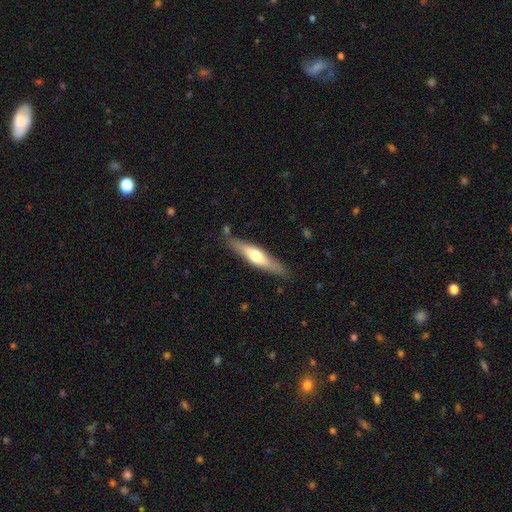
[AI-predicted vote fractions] This is possibly a featured or disk galaxy (50%). It is clearly viewed edge-on (89%). Merging: clearly none (83%).